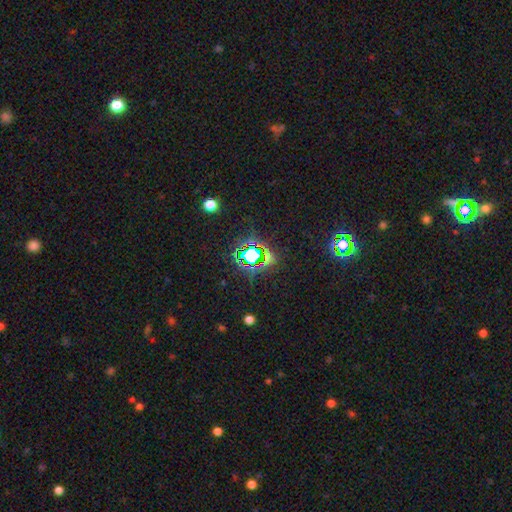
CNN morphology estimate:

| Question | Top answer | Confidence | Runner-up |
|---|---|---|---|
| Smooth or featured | star or artifact | 75% | smooth (14%) |